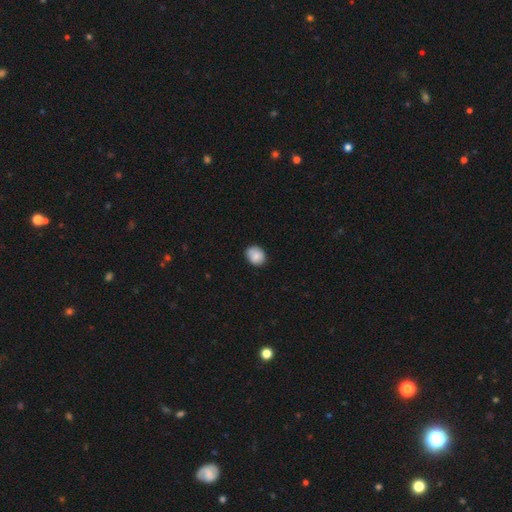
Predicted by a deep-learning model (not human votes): This is likely a smooth galaxy (80%). How rounded: possibly round (58%). Merging: likely none (76%).